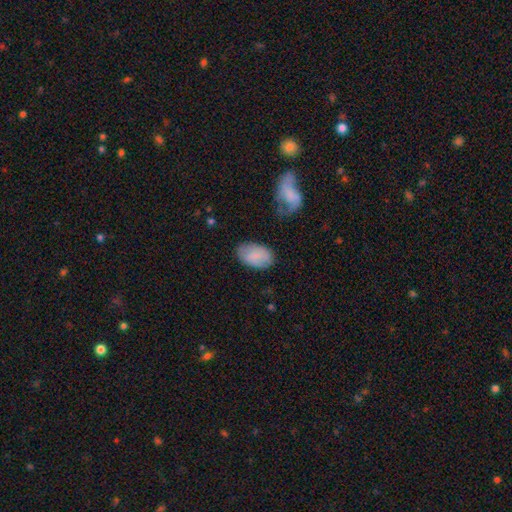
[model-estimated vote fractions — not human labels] smooth 78%, featured or disk 15%, star or artifact 7%. Down the decision tree: how rounded — in between (93%); merging — none (74%).